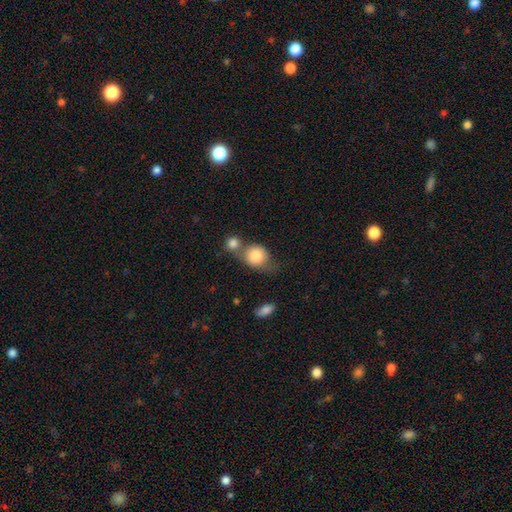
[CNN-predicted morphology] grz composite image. It shows a smooth galaxy with no disk features (82%) that is round (64%). Merging: merger (46%).